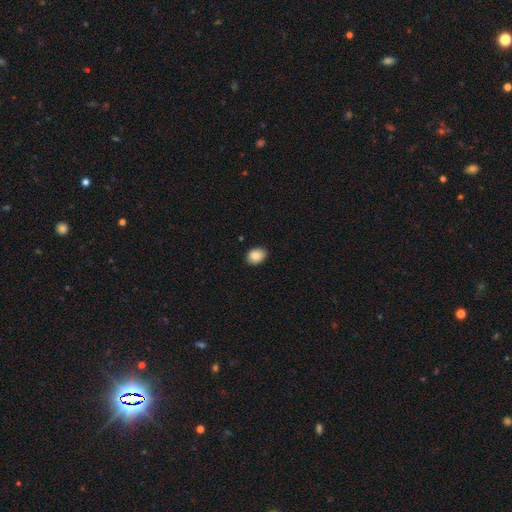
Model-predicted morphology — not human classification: A smooth galaxy with no disk features (88%) that is in between round and cigar-shaped (65%).

Vote fractions:
- Smooth or featured? smooth: 88% / star or artifact: 8% / featured or disk: 5%
- How rounded? in between: 65% / round: 34% / cigar-shaped: 1%
- Merging? none: 87% / minor disturbance: 10% / major disturbance: 2% / merger: 1%